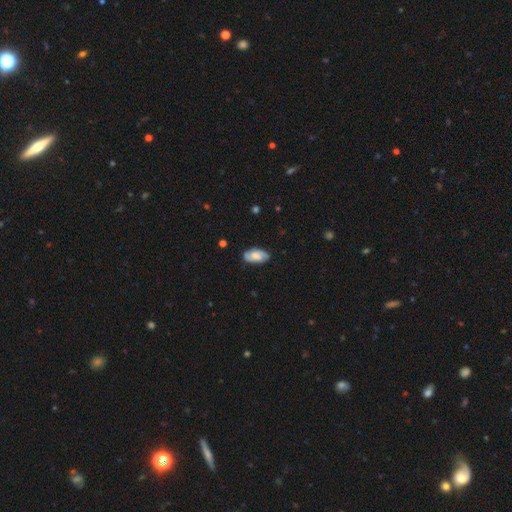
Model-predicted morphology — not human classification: A smooth galaxy with no disk features (54%) that is in between round and cigar-shaped (92%).

Vote fractions:
- Smooth or featured? smooth: 54% / featured or disk: 38% / star or artifact: 8%
- How rounded? in between: 92% / cigar-shaped: 4% / round: 3%
- Merging? none: 81% / minor disturbance: 15% / major disturbance: 3% / merger: 1%